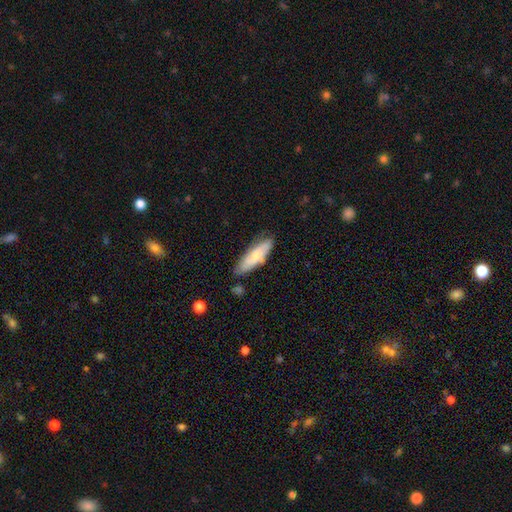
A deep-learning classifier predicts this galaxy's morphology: This is likely a smooth galaxy (66%). How rounded: possibly cigar-shaped (51%). Merging: likely none (69%).